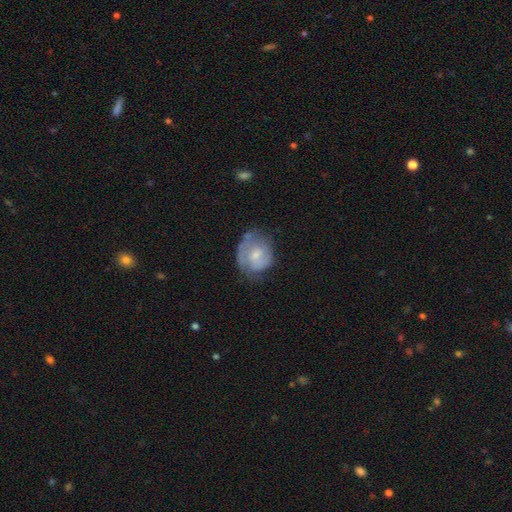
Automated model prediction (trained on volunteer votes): smooth_or_featured: featured or disk (p=0.59) [alt: smooth p=0.35]
disk_edge_on: no (p=0.97) [alt: yes p=0.03]
bar: no (p=0.53) [alt: weak p=0.40]
has_spiral_arms: yes (p=0.76) [alt: no p=0.24]
bulge_size: small (p=0.56) [alt: moderate p=0.35]
merging: none (p=0.53) [alt: minor disturbance p=0.28]